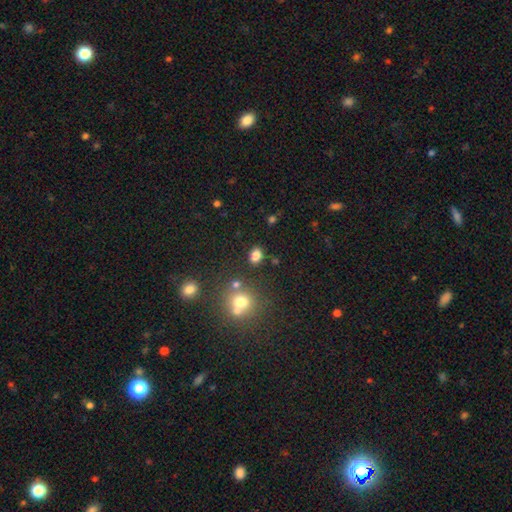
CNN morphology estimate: type=smooth (82%); roundness=in between (68%); merging=none (81%).